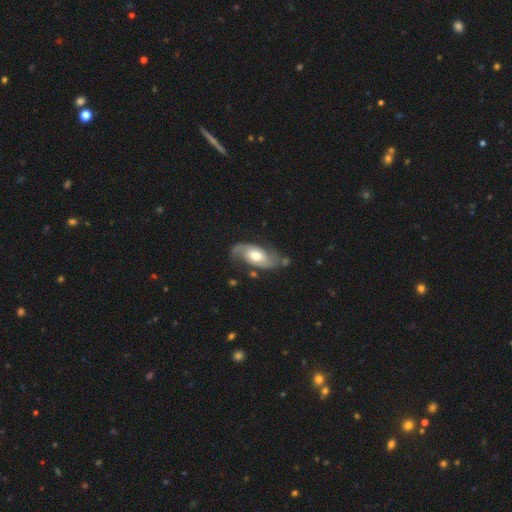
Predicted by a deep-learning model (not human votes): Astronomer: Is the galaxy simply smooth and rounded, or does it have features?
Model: featured or disk — 77%.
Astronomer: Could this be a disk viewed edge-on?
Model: no — 95%.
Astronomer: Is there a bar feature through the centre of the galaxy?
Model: no — 62%.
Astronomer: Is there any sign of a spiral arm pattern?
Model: yes — 92%.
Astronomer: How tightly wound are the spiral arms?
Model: medium — 41% (runner-up: loose, 40%).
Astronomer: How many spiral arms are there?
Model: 2 — 89%.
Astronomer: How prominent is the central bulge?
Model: moderate — 69%.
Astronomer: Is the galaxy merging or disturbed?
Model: none — 67%.